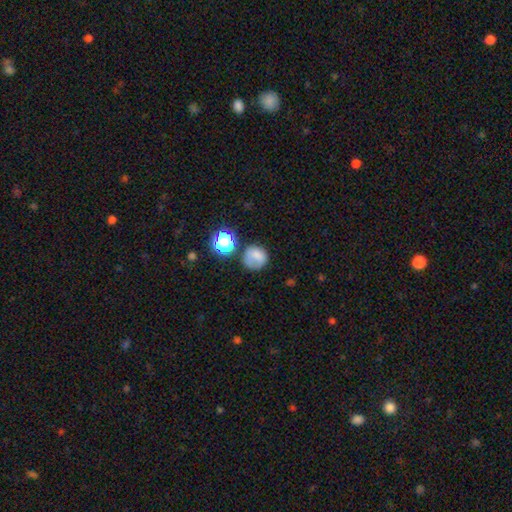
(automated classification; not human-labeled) This is likely a smooth galaxy (73%). How rounded: clearly round (83%). Merging: possibly none (57%).